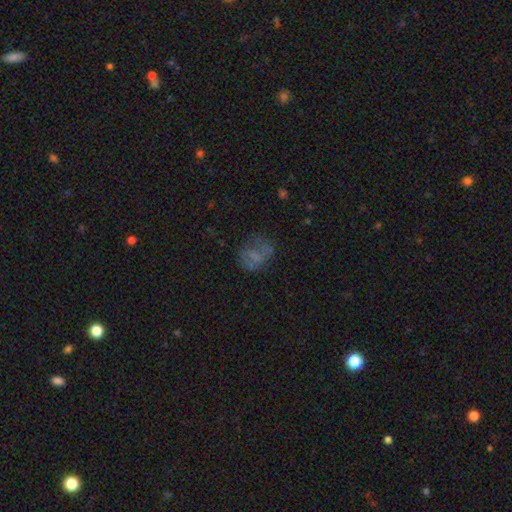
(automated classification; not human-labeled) Q: Smooth or featured?
A: smooth (47%); runner-up: featured or disk (33%)
Q: Merging?
A: none (50%); runner-up: minor disturbance (23%)